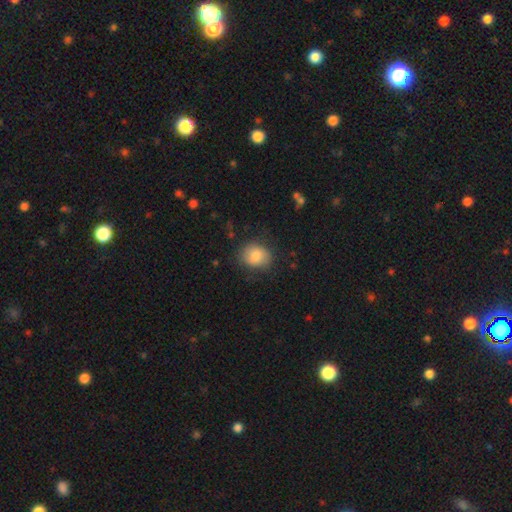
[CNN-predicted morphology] A smooth galaxy with no disk features (80%) that is round (54%). Merging: none (77%).